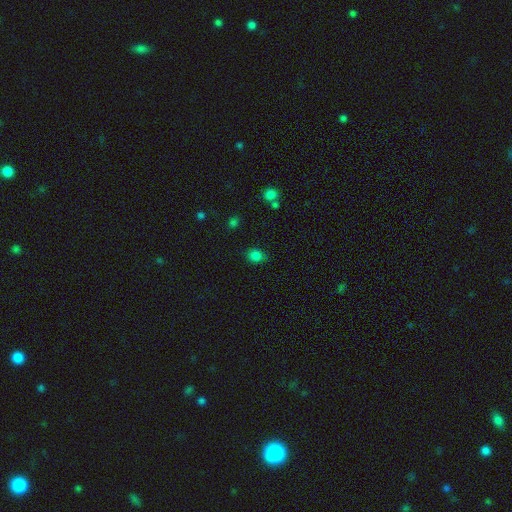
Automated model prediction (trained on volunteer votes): Overall: smooth (81%). How rounded: round (59%; in between 40%). Merging: none (82%).